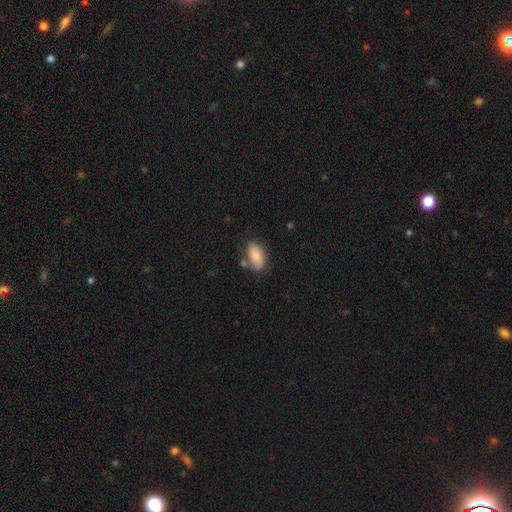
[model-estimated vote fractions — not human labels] The model was most divided on "merging": none: 71%, minor disturbance: 18%, merger: 7%, major disturbance: 4%. More confident: how rounded — in between (92%); smooth or featured — smooth (82%).